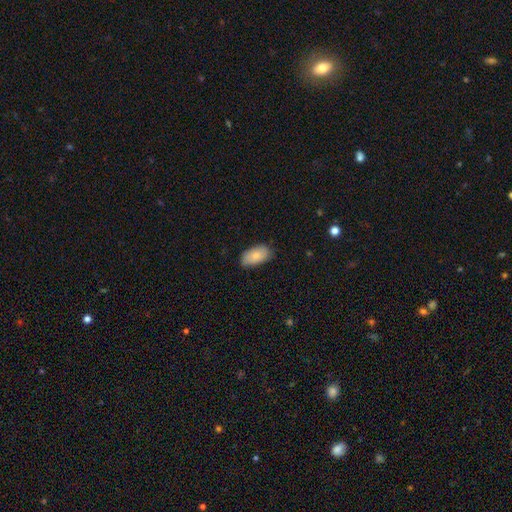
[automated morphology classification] smooth_or_featured: smooth (p=0.81) [alt: featured or disk p=0.12]
how_rounded: in between (p=0.94) [alt: round p=0.04]
merging: none (p=0.80) [alt: minor disturbance p=0.16]